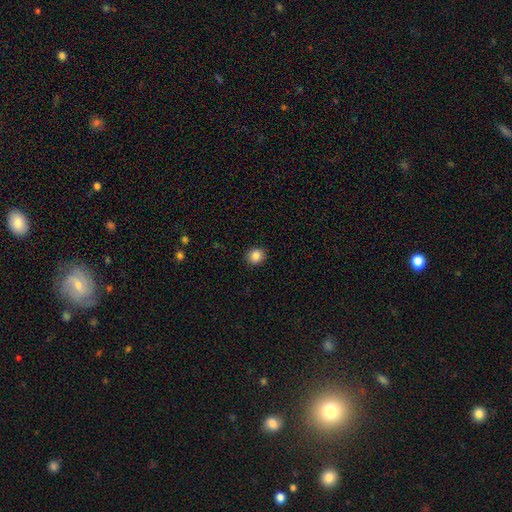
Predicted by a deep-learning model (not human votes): smooth_or_featured: smooth (p=0.86) [alt: star or artifact p=0.10]
how_rounded: round (p=0.84) [alt: in between p=0.15]
merging: none (p=0.91) [alt: minor disturbance p=0.06]